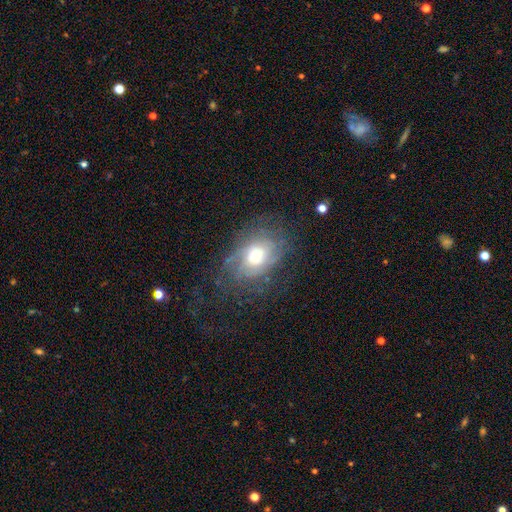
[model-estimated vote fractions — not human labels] Q: Smooth or featured?
A: featured or disk (63%); runner-up: smooth (26%)
Q: Edge-on disk?
A: no (95%); runner-up: yes (5%)
Q: Bar?
A: no (77%); runner-up: weak (20%)
Q: Spiral arms?
A: yes (79%); runner-up: no (21%)
Q: Bulge size?
A: large (47%); runner-up: moderate (39%)
Q: Merging?
A: none (59%); runner-up: minor disturbance (22%)